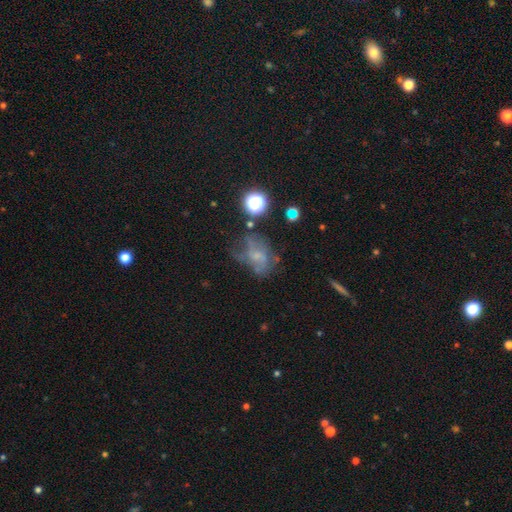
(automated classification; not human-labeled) smooth_or_featured: featured or disk (p=0.47) [alt: smooth p=0.31]
merging: none (p=0.42) [alt: major disturbance p=0.27]